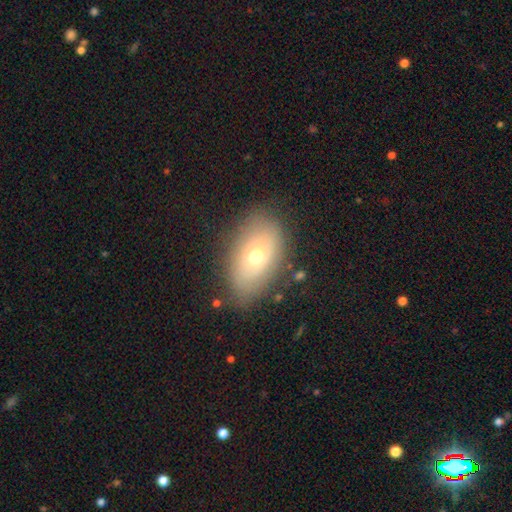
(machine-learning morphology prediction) smooth-or-featured: smooth: 61% | featured or disk: 29% | star or artifact: 10%
  how-rounded: in between: 87% | round: 11% | cigar-shaped: 2%
  merging: none: 77% | minor disturbance: 16% | major disturbance: 5% | merger: 2%